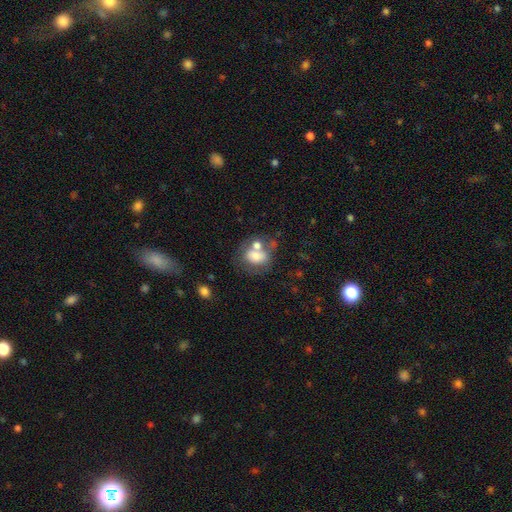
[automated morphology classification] Smooth or featured? Predicted: smooth (p=0.65). How rounded? Predicted: in between (p=0.55). Merging? Predicted: merger (p=0.44).